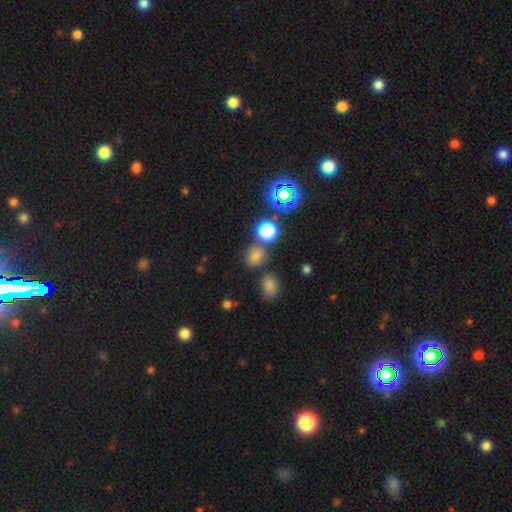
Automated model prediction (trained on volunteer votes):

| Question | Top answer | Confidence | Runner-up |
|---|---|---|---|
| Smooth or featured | smooth | 65% | star or artifact (27%) |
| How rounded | round | 58% | in between (40%) |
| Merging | none | 67% | merger (16%) |